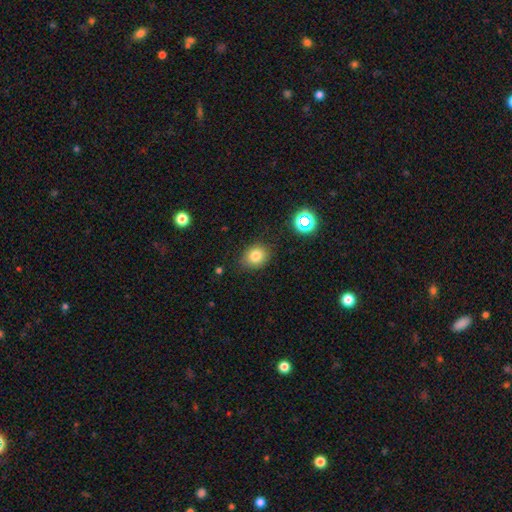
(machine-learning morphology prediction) smooth 81%, star or artifact 12%, featured or disk 7%. Down the decision tree: how rounded — round (58%); merging — none (81%).